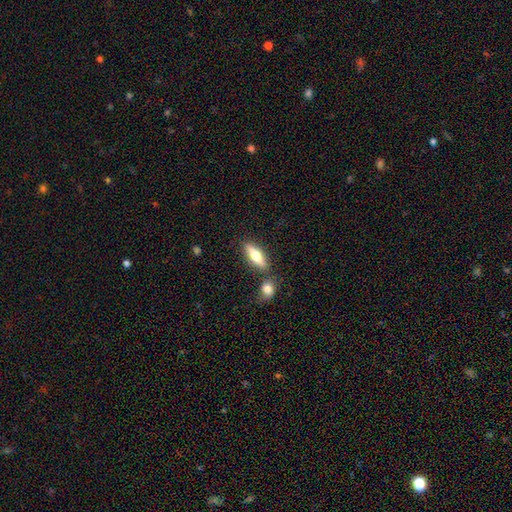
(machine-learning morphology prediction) A smooth galaxy with no disk features (61%) that is in between round and cigar-shaped (56%).

Vote fractions:
- Smooth or featured? smooth: 61% / featured or disk: 33% / star or artifact: 6%
- How rounded? in between: 56% / cigar-shaped: 41% / round: 3%
- Merging? none: 72% / merger: 15% / minor disturbance: 10% / major disturbance: 3%